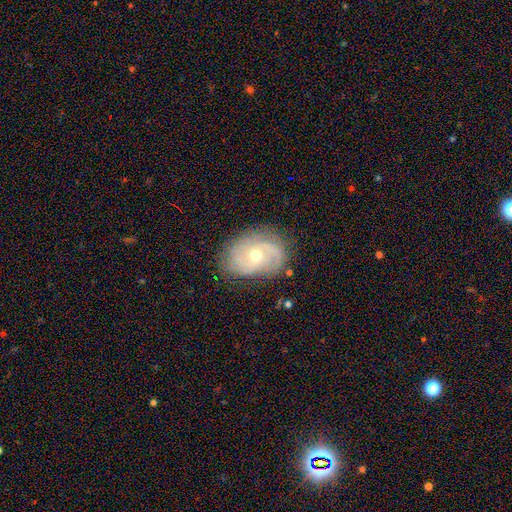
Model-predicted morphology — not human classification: This is clearly a featured or disk galaxy (81%). It is clearly not viewed edge-on (96%). Bar: likely no (71%). Spiral arm pattern: clearly yes (93%). Spiral arm count: possibly 2 (47%). Spiral winding: possibly tight (47%). Central bulge: possibly moderate (57%). Merging: likely none (76%).